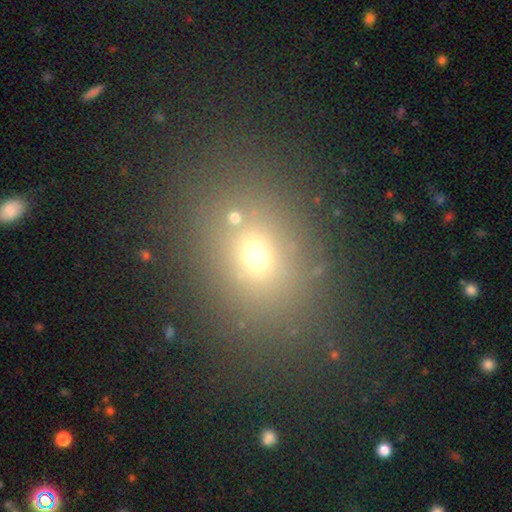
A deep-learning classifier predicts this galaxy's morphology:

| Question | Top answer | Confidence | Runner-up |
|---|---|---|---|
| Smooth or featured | smooth | 64% | star or artifact (24%) |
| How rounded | round | 49% | in between (48%) |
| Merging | none | 74% | minor disturbance (12%) |